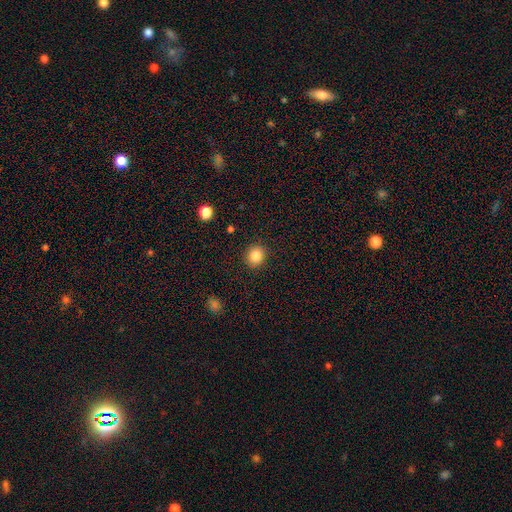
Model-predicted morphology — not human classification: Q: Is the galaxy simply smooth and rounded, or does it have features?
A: smooth — 85%.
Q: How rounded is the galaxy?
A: round — 80%.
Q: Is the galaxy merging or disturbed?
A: none — 90%.